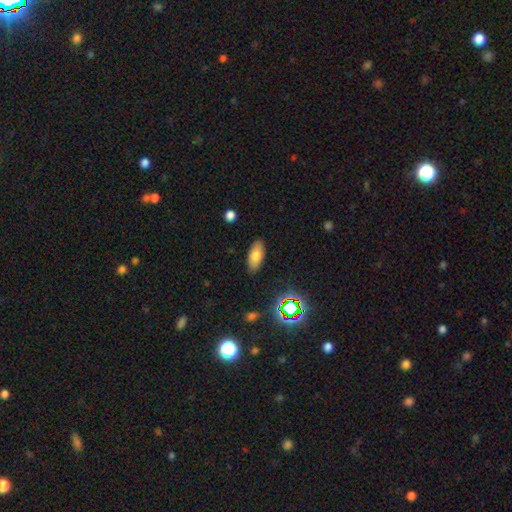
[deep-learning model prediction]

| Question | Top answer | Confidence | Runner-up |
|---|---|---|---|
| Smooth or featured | smooth | 72% | featured or disk (17%) |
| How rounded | in between | 87% | cigar-shaped (10%) |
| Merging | none | 86% | minor disturbance (10%) |